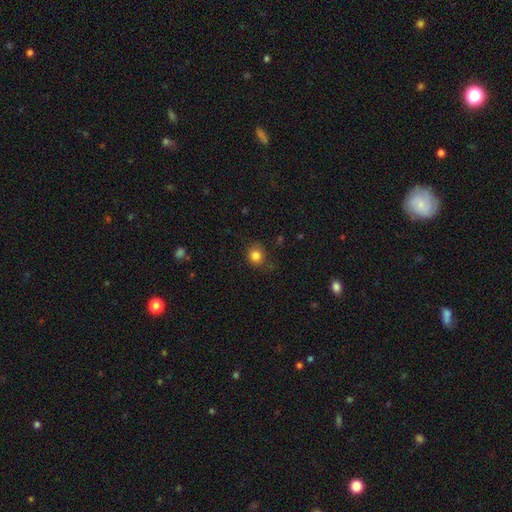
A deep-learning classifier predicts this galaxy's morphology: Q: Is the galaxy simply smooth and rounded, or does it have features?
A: smooth — 83%.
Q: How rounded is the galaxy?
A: round — 82%.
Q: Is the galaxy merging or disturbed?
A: none — 74%.